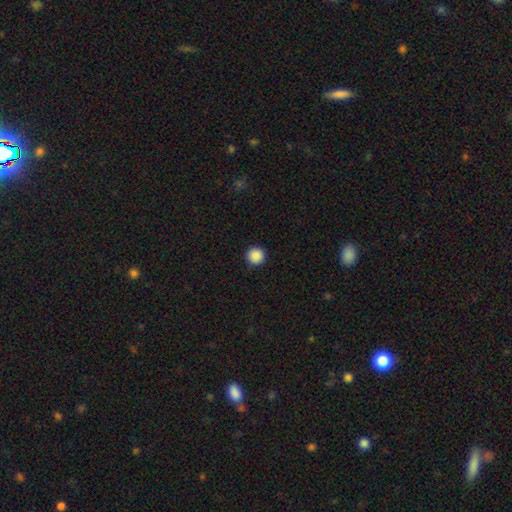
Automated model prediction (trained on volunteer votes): Q: Smooth or featured?
A: smooth (89%); runner-up: star or artifact (9%)
Q: How rounded?
A: round (96%); runner-up: in between (3%)
Q: Merging?
A: none (93%); runner-up: minor disturbance (5%)